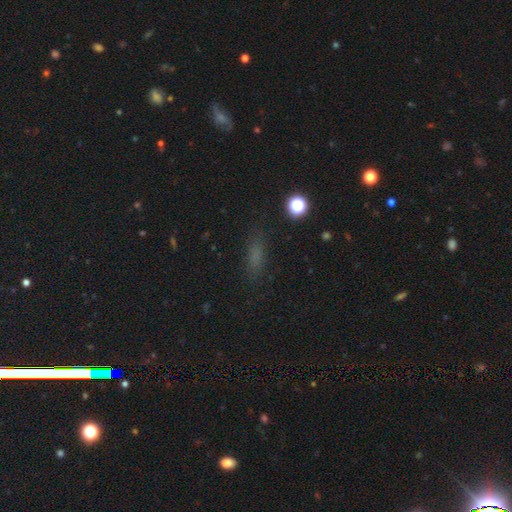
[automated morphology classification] A smooth galaxy with no disk features (65%) that is in between round and cigar-shaped (53%). Merging: none (80%).